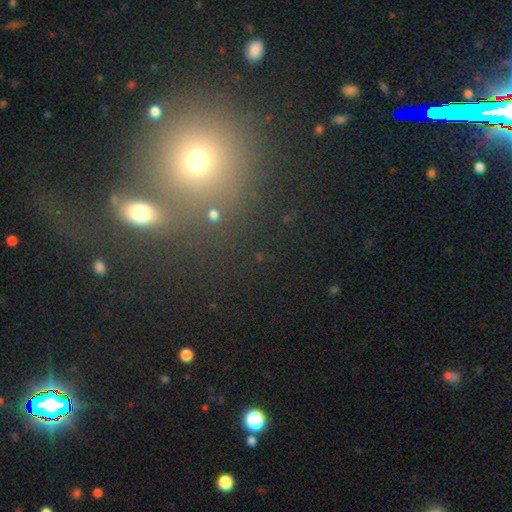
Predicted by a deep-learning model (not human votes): smooth-or-featured: smooth: 45% | star or artifact: 44% | featured or disk: 11%
  merging: none: 64% | merger: 21% | minor disturbance: 9% | major disturbance: 6%